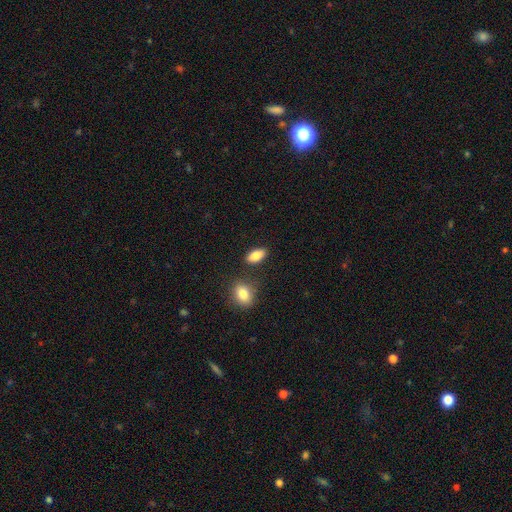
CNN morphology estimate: Smooth or featured? smooth (84%)
How rounded? in between (89%)
Merging? none (81%)